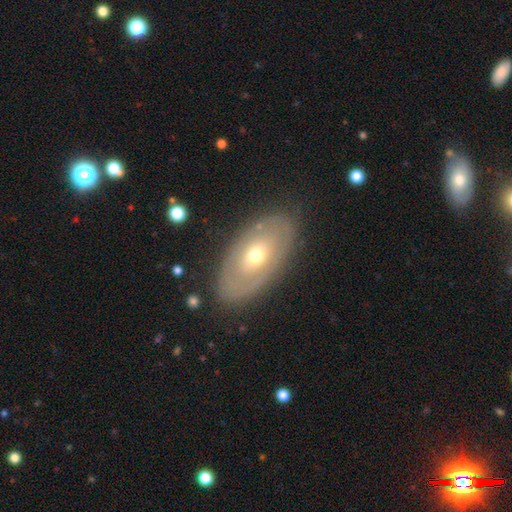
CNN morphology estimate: The model was most divided on "smooth or featured": featured or disk: 57%, smooth: 37%, star or artifact: 6%. More confident: edge-on disk — no (87%); merging — none (82%).